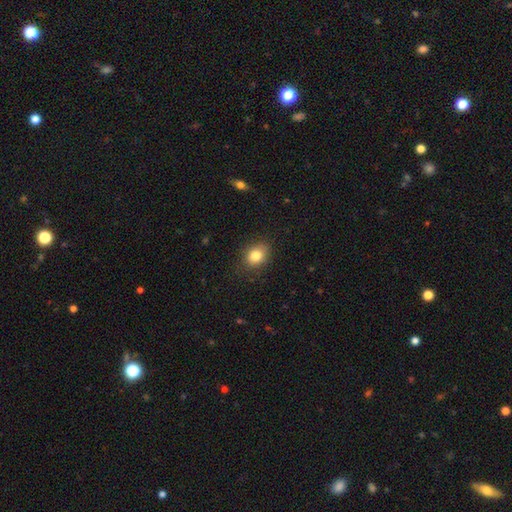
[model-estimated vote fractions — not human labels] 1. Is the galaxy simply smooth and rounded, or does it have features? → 82% smooth, 10% star or artifact, 8% featured or disk.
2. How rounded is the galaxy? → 58% in between, 41% round, 1% cigar-shaped.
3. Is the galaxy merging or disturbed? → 82% none, 13% minor disturbance, 3% major disturbance, 1% merger.